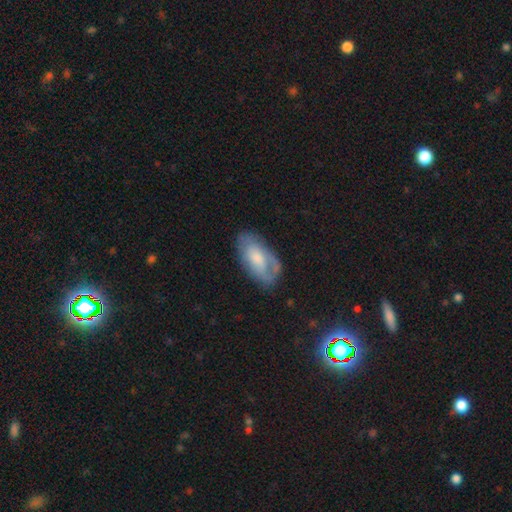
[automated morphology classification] Overall: smooth (47%; featured or disk 45%). Merging: none (67%).